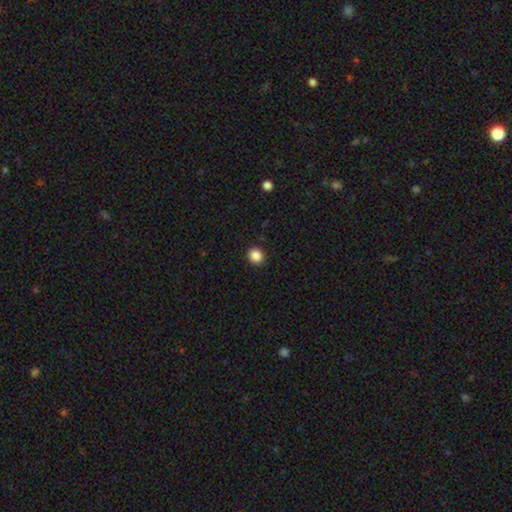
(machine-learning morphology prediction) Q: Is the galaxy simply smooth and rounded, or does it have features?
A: smooth — 87%.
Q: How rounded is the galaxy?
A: round — 91%.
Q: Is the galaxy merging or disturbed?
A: none — 93%.